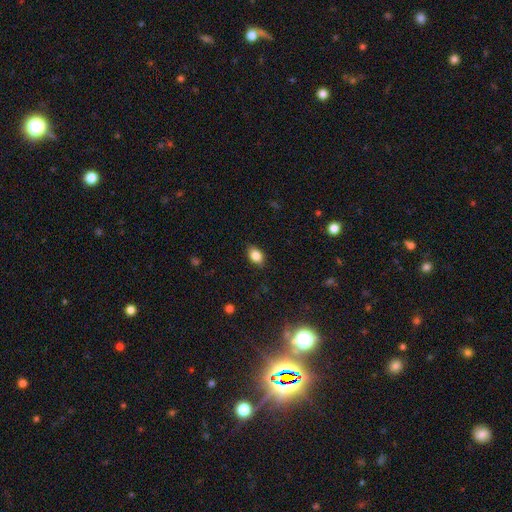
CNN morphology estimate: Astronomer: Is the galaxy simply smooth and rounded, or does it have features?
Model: smooth — 85%.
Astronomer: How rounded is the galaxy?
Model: in between — 82%.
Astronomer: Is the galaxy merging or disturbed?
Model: none — 85%.